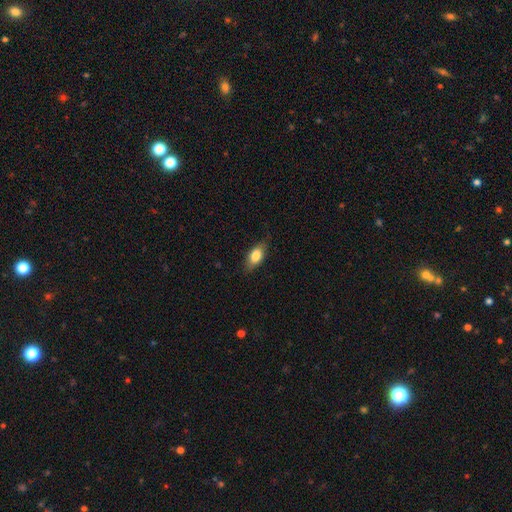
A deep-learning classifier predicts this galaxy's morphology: Smooth or featured: smooth — 79% (featured or disk — 14%)
How rounded: in between — 85% (cigar-shaped — 10%)
Merging: none — 79% (minor disturbance — 17%)